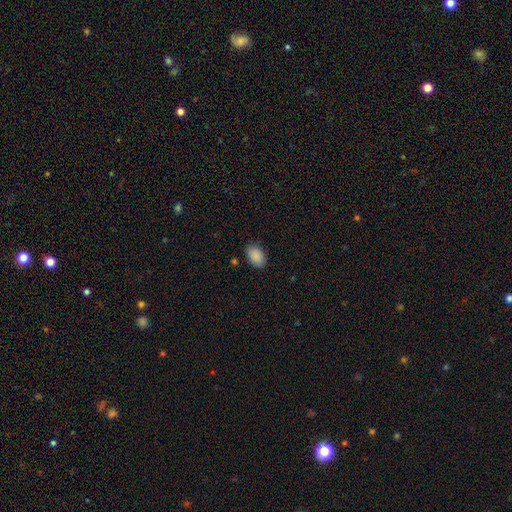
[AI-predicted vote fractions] The model was most divided on "merging": none: 85%, minor disturbance: 11%, major disturbance: 3%, merger: 1%. More confident: smooth or featured — smooth (90%); how rounded — in between (88%).